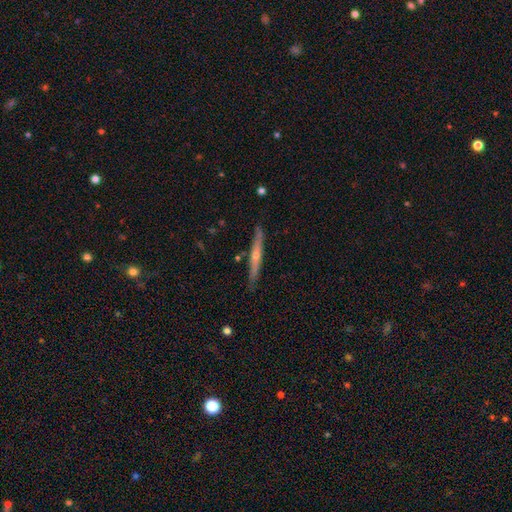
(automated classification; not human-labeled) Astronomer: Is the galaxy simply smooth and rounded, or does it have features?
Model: featured or disk — 63%.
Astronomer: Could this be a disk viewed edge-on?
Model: yes — 96%.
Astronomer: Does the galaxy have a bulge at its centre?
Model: rounded — 69%.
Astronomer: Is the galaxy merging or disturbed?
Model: none — 87%.